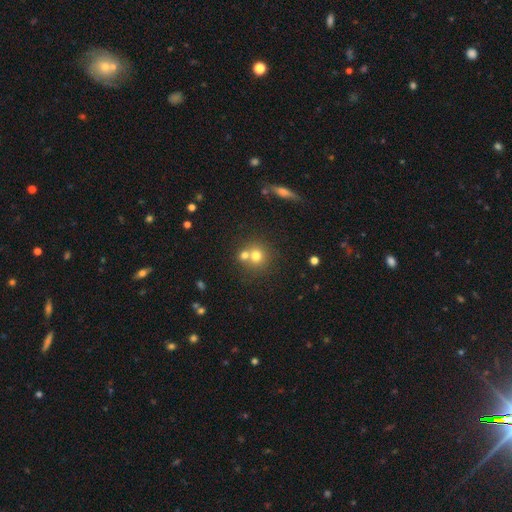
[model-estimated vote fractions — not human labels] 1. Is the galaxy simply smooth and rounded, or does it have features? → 72% smooth, 14% featured or disk, 14% star or artifact.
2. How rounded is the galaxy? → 87% round, 12% in between, 1% cigar-shaped.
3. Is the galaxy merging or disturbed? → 49% none, 41% merger, 7% minor disturbance, 3% major disturbance.